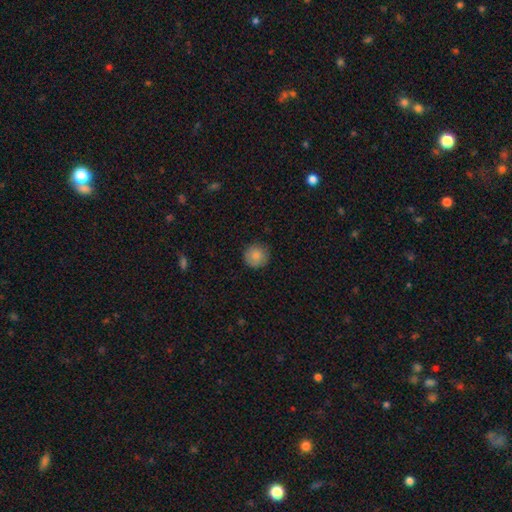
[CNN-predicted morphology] Overall: smooth (85%). How rounded: round (94%). Merging: none (87%).